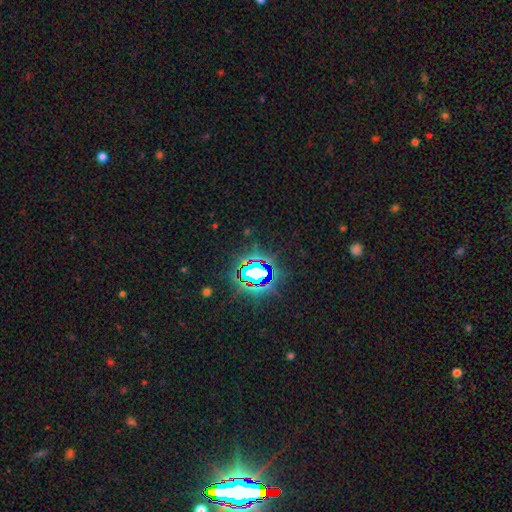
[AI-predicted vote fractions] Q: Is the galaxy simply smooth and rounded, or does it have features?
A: star or artifact — 83%.